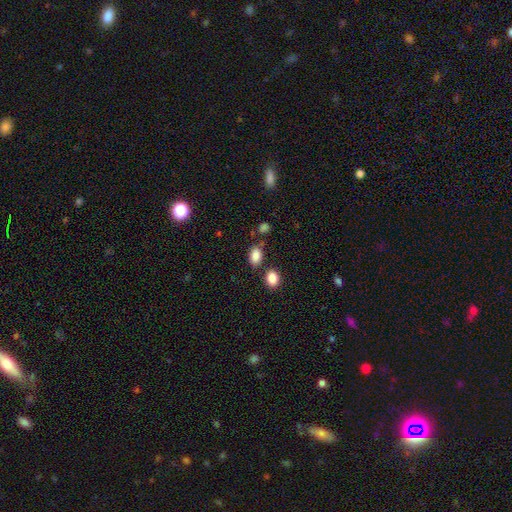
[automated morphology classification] This appears to be a smooth galaxy with no disk features (85%) that is in between round and cigar-shaped (81%). Merging: none (71%).